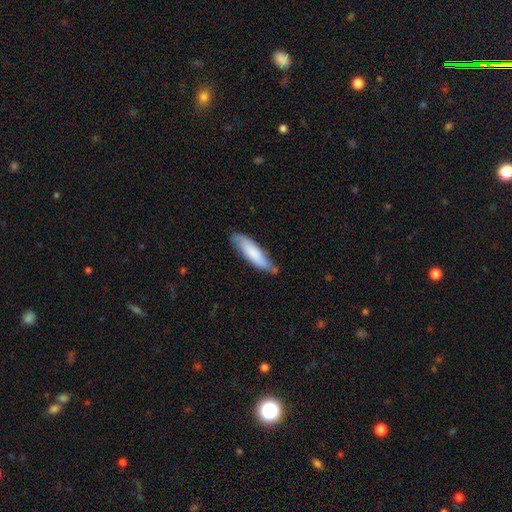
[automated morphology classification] A smooth galaxy with no disk features (72%) that is cigar-shaped (64%). Merging: none (64%).